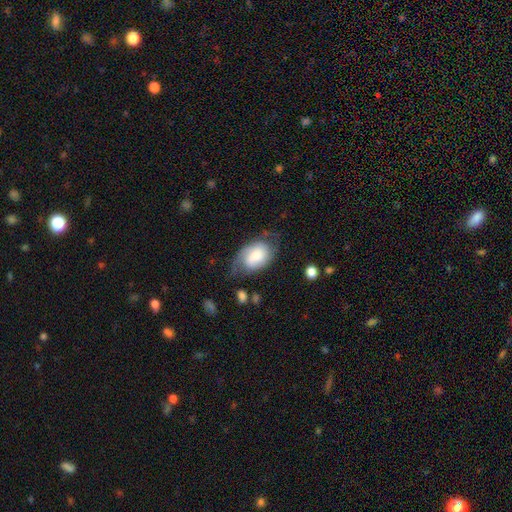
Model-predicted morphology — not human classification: A smooth galaxy with no disk features (48%). Merging: none (46%).